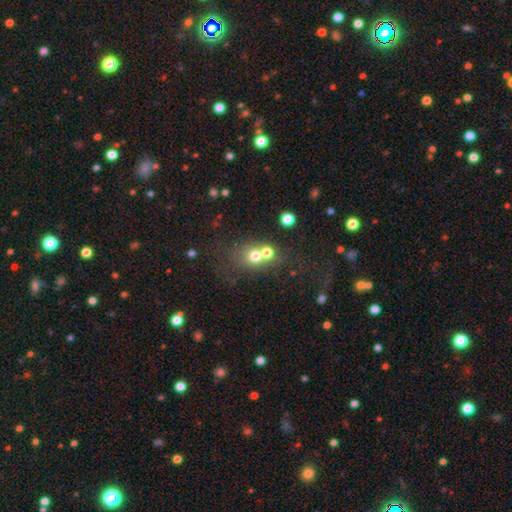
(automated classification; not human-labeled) Overall: smooth (66%). How rounded: round (72%). Merging: merger (46%; none 40%).